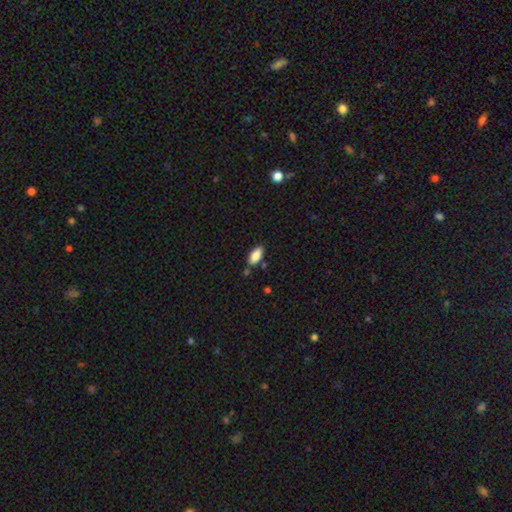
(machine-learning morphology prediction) smooth 86%, star or artifact 7%, featured or disk 7%. Down the decision tree: how rounded — in between (91%); merging — none (79%).